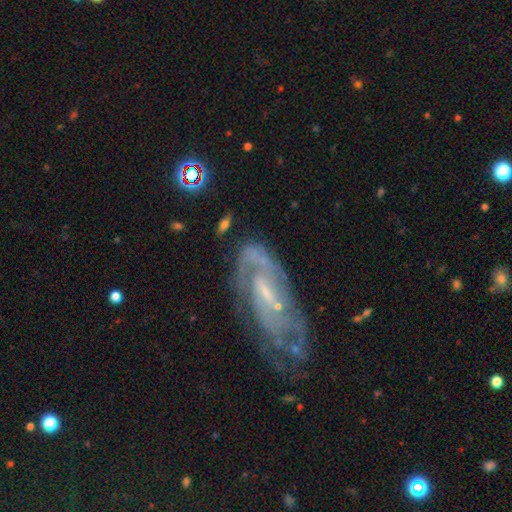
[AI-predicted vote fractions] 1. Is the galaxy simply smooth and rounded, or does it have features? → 75% featured or disk, 17% smooth, 8% star or artifact.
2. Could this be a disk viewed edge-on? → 92% no, 8% yes.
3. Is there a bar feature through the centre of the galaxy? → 42% weak, 34% strong, 25% no.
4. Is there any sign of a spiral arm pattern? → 80% yes, 20% no.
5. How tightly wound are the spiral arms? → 41% medium, 39% tight, 19% loose.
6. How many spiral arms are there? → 53% 2, 24% can't tell, 14% 1, 5% 3, 2% 4, 2% more than 4.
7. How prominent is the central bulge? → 36% small, 34% moderate, 22% none, 6% large, 2% dominant.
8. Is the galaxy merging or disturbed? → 53% none, 21% minor disturbance, 18% major disturbance, 8% merger.